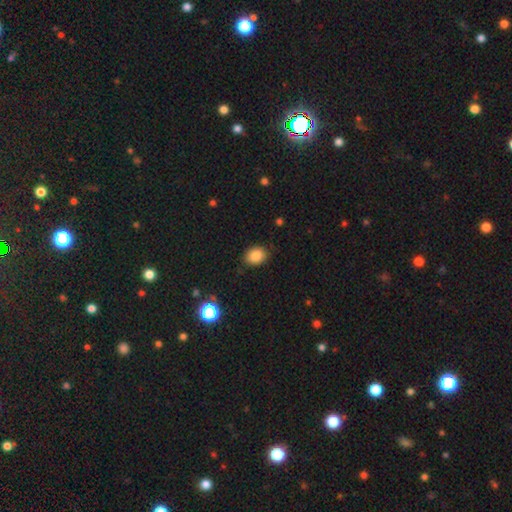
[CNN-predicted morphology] Q: Smooth or featured?
A: smooth (85%); runner-up: star or artifact (10%)
Q: How rounded?
A: in between (57%); runner-up: round (42%)
Q: Merging?
A: none (83%); runner-up: minor disturbance (13%)